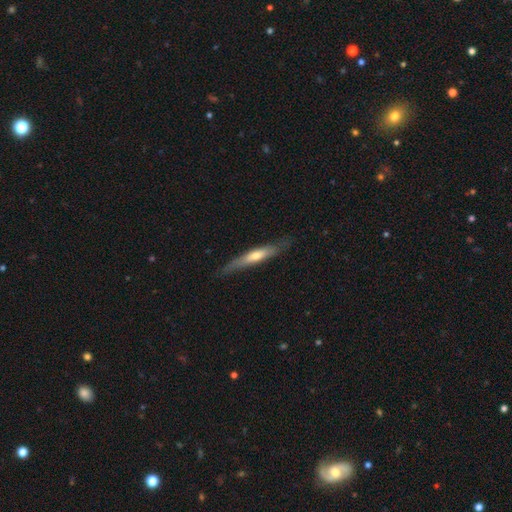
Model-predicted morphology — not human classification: Smooth or featured? Predicted: featured or disk (p=0.51). Edge-on disk? Predicted: yes (p=0.86). Merging? Predicted: none (p=0.78).